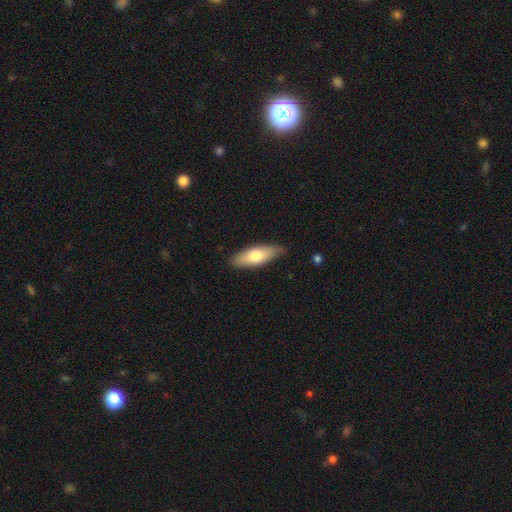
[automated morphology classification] Q: Smooth or featured?
A: smooth (68%); runner-up: featured or disk (26%)
Q: How rounded?
A: in between (64%); runner-up: cigar-shaped (34%)
Q: Merging?
A: none (81%); runner-up: minor disturbance (16%)